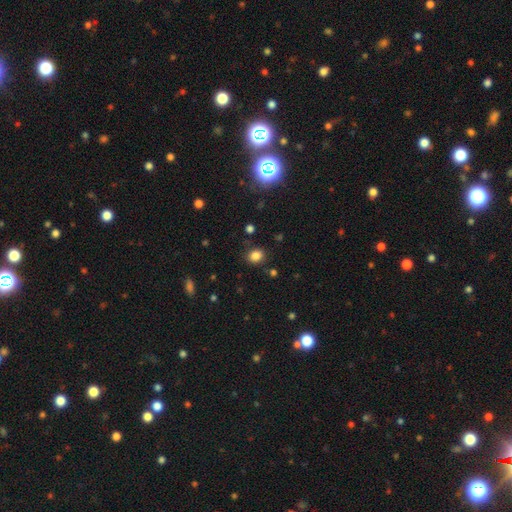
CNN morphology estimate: Overall: smooth (82%). How rounded: round (61%; in between 38%). Merging: none (83%).